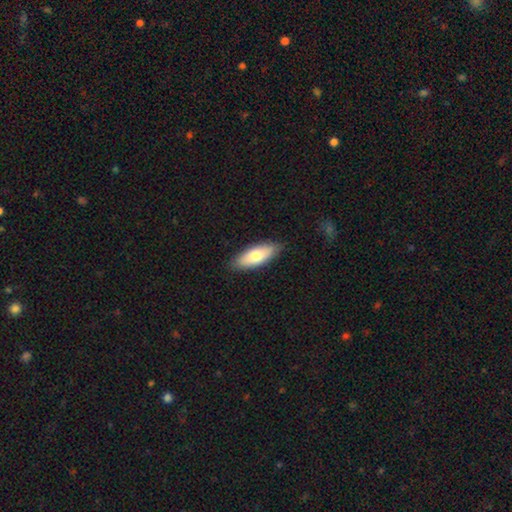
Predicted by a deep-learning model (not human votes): smooth-or-featured: smooth: 72% | featured or disk: 22% | star or artifact: 6%
  how-rounded: in between: 75% | cigar-shaped: 23% | round: 2%
  merging: none: 87% | minor disturbance: 11% | major disturbance: 2% | merger: 1%